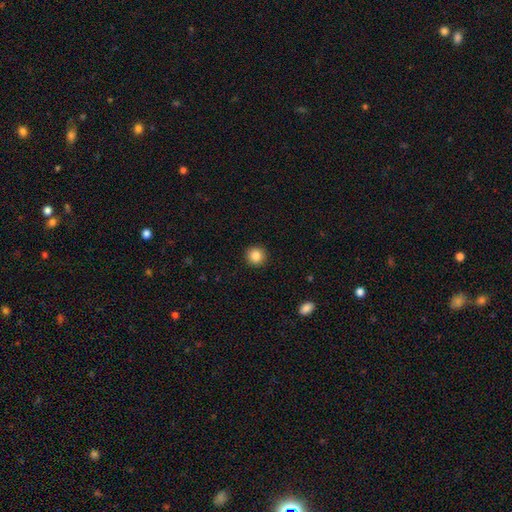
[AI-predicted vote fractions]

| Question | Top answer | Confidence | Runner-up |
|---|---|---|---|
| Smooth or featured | smooth | 86% | star or artifact (10%) |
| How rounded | round | 94% | in between (5%) |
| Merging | none | 93% | minor disturbance (5%) |